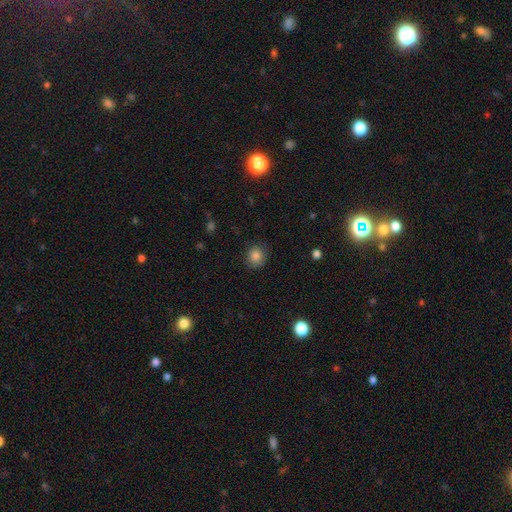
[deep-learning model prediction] Smooth or featured?
  - smooth: 84% *
  - star or artifact: 11%
  - featured or disk: 5%
How rounded?
  - round: 86% *
  - in between: 13%
  - cigar-shaped: 1%
Merging?
  - none: 86% *
  - minor disturbance: 10%
  - major disturbance: 3%
  - merger: 1%